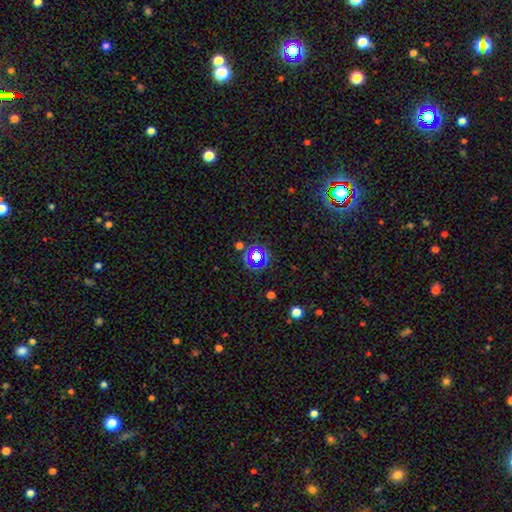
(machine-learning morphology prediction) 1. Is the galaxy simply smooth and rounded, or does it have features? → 58% star or artifact, 31% smooth, 11% featured or disk.